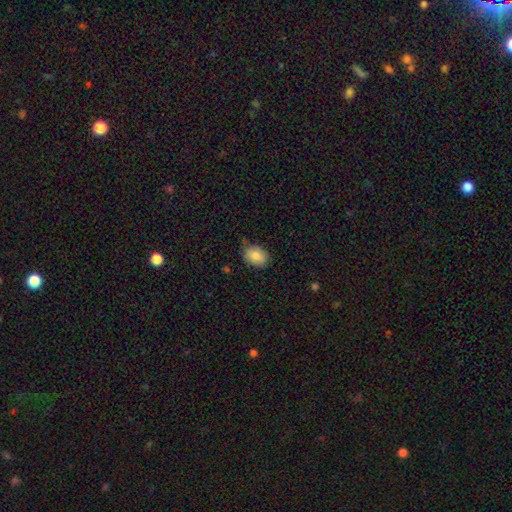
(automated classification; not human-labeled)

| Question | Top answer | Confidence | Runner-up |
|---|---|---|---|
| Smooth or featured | smooth | 87% | star or artifact (7%) |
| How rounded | in between | 80% | round (19%) |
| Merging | none | 78% | minor disturbance (18%) |